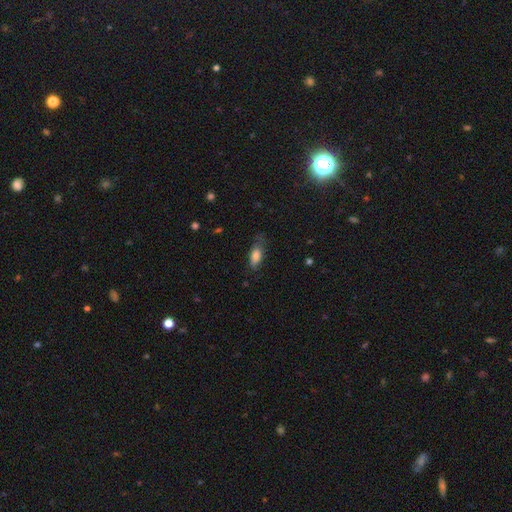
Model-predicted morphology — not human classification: type=smooth (81%); roundness=in between (81%); merging=none (57%).